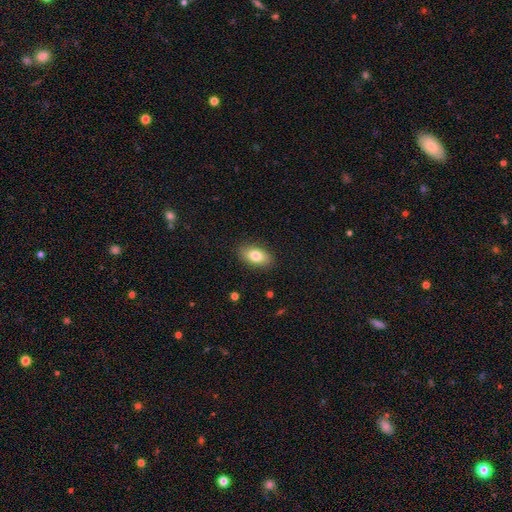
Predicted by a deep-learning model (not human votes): A smooth galaxy with no disk features (80%) that is in between round and cigar-shaped (91%). Merging: none (88%).